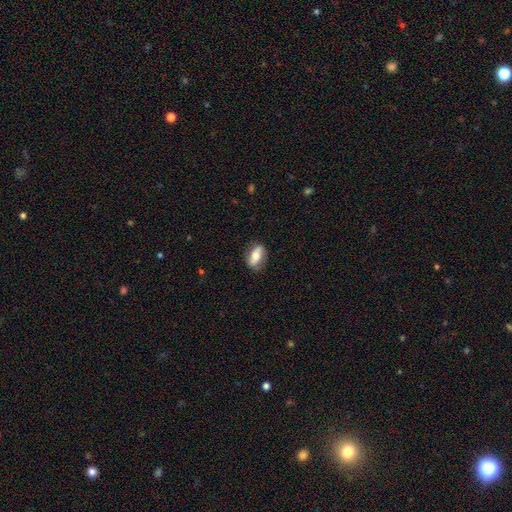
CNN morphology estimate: smooth_or_featured: smooth (p=0.56) [alt: featured or disk p=0.37]
how_rounded: in between (p=0.82) [alt: cigar-shaped p=0.11]
merging: none (p=0.80) [alt: minor disturbance p=0.15]